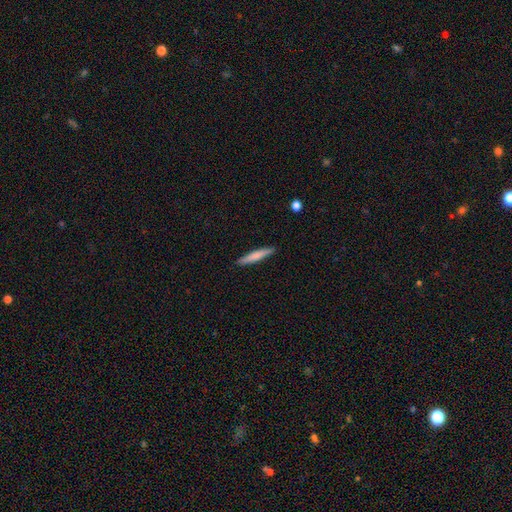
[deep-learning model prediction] Morphology: type=smooth (69%); roundness=cigar-shaped (93%); merging=none (90%).